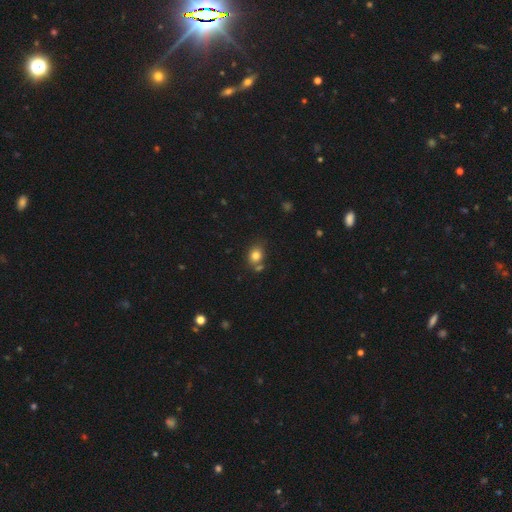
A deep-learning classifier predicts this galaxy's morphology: Smooth or featured?
  - smooth: 81% *
  - star or artifact: 11%
  - featured or disk: 8%
How rounded?
  - round: 56% *
  - in between: 43%
  - cigar-shaped: 1%
Merging?
  - none: 64% *
  - merger: 17%
  - minor disturbance: 14%
  - major disturbance: 4%